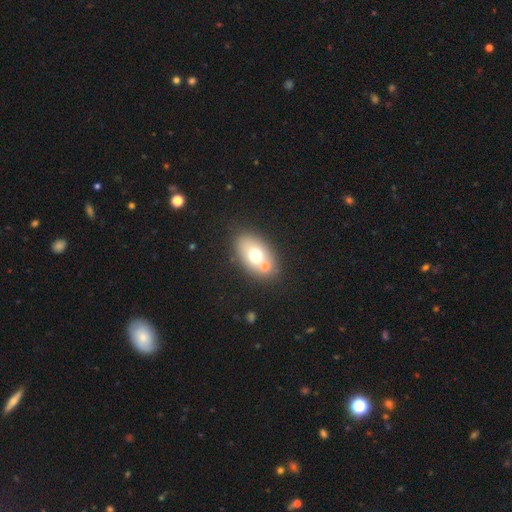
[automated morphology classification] Overall: smooth (65%). How rounded: in between (80%). Merging: none (61%; merger 24%).